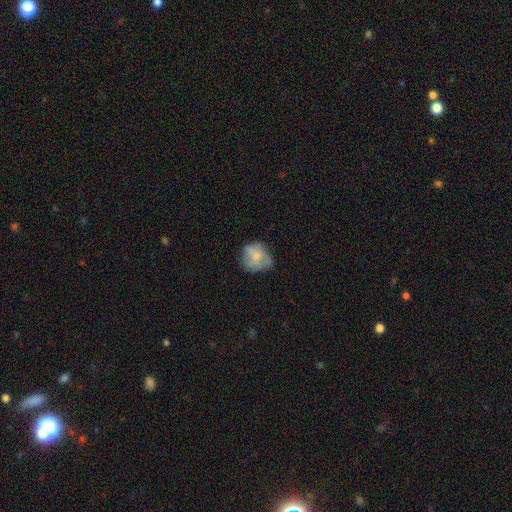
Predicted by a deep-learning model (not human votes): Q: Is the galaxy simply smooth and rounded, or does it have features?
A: smooth — 59%.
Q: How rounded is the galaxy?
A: round — 68%.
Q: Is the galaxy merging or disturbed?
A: none — 55%.